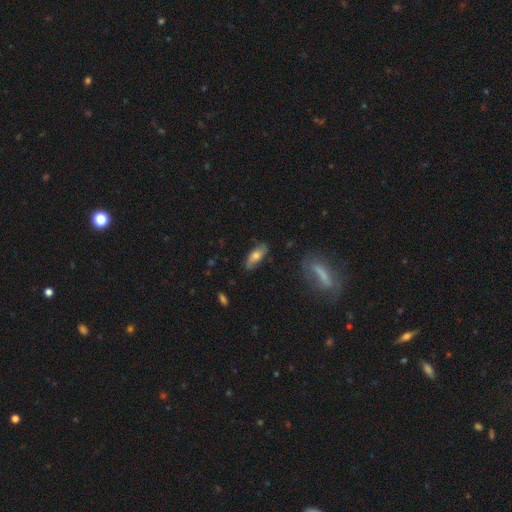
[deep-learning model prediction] Smooth or featured: smooth — 58% (featured or disk — 34%)
How rounded: in between — 70% (cigar-shaped — 27%)
Merging: none — 76% (minor disturbance — 18%)